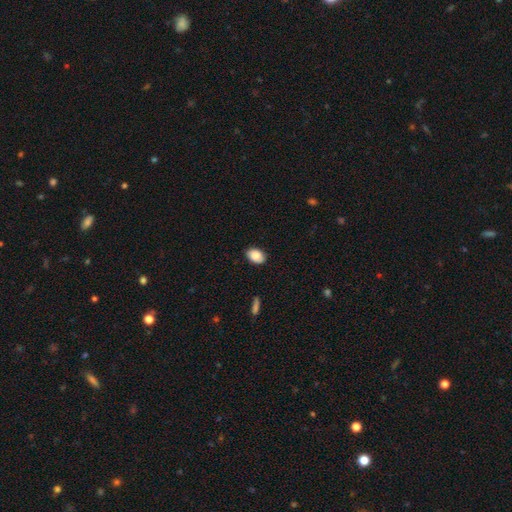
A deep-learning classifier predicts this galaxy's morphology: Smooth or featured? smooth (84%)
How rounded? in between (85%)
Merging? none (83%)